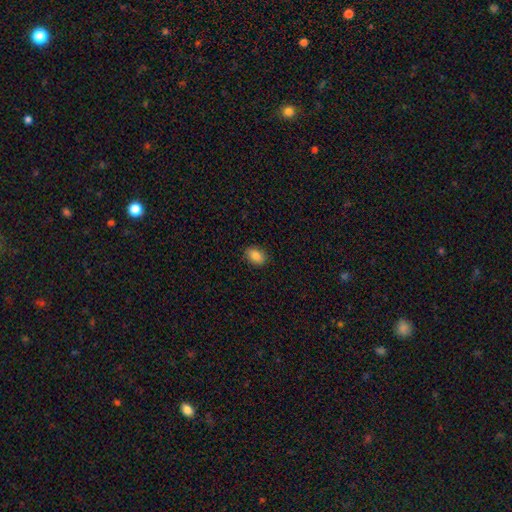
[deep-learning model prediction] Q: Smooth or featured?
A: smooth (86%); runner-up: star or artifact (8%)
Q: How rounded?
A: in between (78%); runner-up: round (21%)
Q: Merging?
A: none (88%); runner-up: minor disturbance (9%)